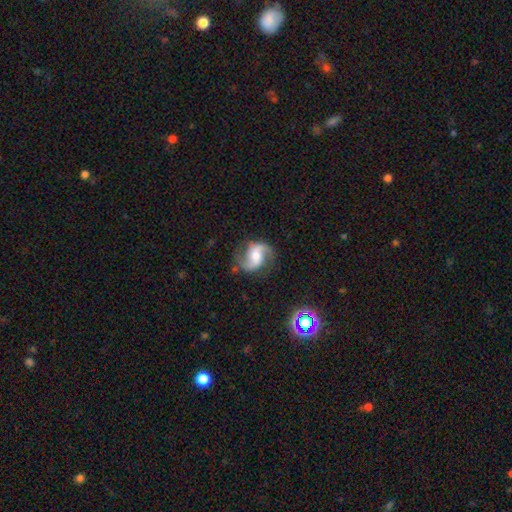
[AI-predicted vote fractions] The model was most divided on "bar": no: 43%, weak: 41%, strong: 17%. Remaining: edge-on disk — no (98%); spiral arms — yes (96%); spiral arm count — 2 (92%); smooth or featured — featured or disk (83%); merging — none (76%); bulge size — moderate (58%); spiral winding — loose (48%).